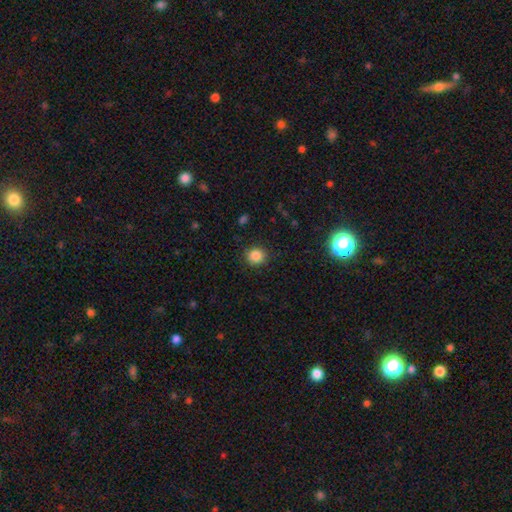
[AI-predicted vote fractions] Smooth or featured? smooth (85%)
How rounded? round (87%)
Merging? none (90%)